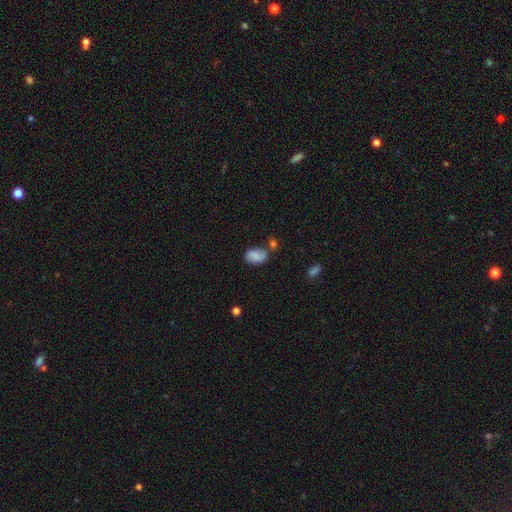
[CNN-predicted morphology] A smooth galaxy with no disk features (80%) that is in between round and cigar-shaped (89%). Merging: none (57%).